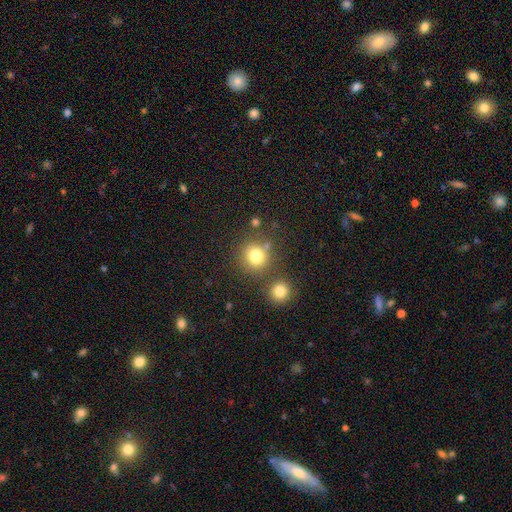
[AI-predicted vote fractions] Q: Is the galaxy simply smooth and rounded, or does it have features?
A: smooth — 78%.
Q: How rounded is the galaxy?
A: round — 89%.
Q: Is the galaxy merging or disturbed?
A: none — 71%.